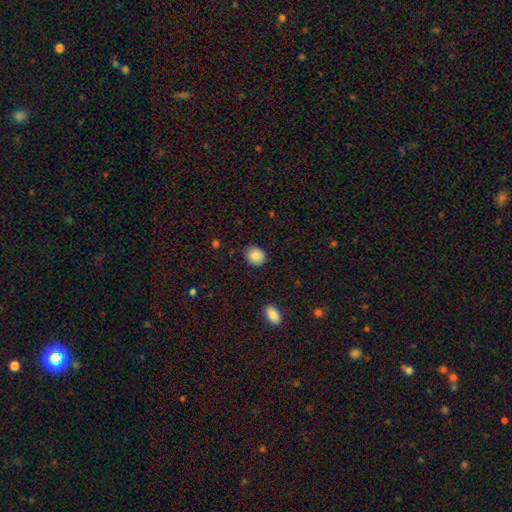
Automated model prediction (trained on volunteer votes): smooth-or-featured: smooth: 87% | star or artifact: 8% | featured or disk: 5%
  how-rounded: round: 73% | in between: 26% | cigar-shaped: 1%
  merging: none: 87% | minor disturbance: 9% | major disturbance: 2% | merger: 1%